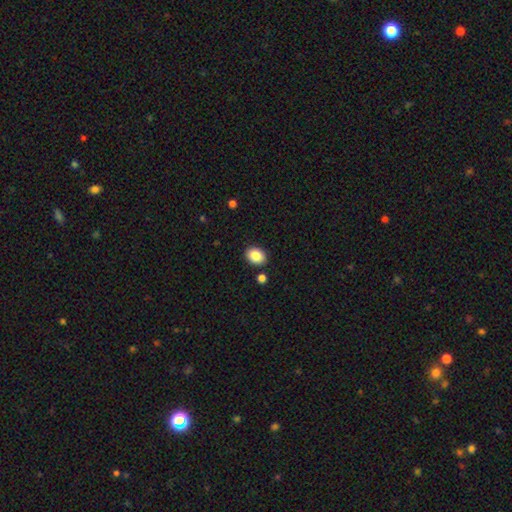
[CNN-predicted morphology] Smooth or featured: smooth — 87% (star or artifact — 8%)
How rounded: in between — 63% (round — 37%)
Merging: none — 87% (minor disturbance — 8%)